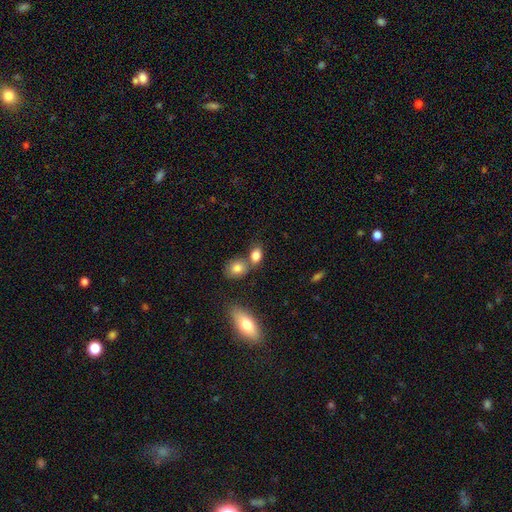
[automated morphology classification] The model was most divided on "merging": none: 47%, merger: 38%, minor disturbance: 11%, major disturbance: 4%. More confident: smooth or featured — smooth (83%); how rounded — in between (72%).